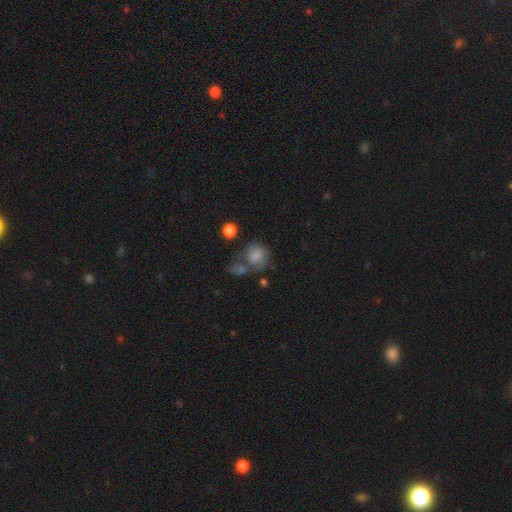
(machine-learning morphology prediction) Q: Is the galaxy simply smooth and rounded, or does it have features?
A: smooth — 67%.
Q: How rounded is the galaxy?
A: round — 58%.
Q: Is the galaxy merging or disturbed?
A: none — 36%.